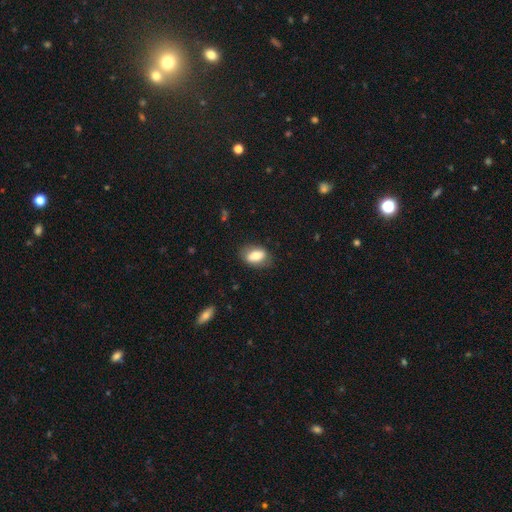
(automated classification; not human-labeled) Smooth or featured? Predicted: smooth (p=0.77). How rounded? Predicted: in between (p=0.86). Merging? Predicted: none (p=0.78).